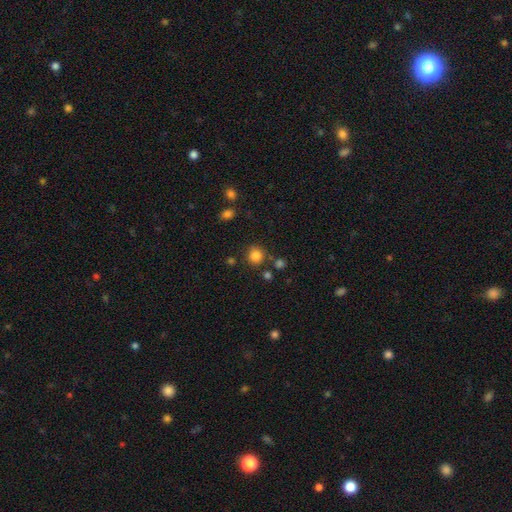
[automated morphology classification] This appears to be a smooth galaxy with no disk features (83%) that is round (90%). Merging: none (80%).